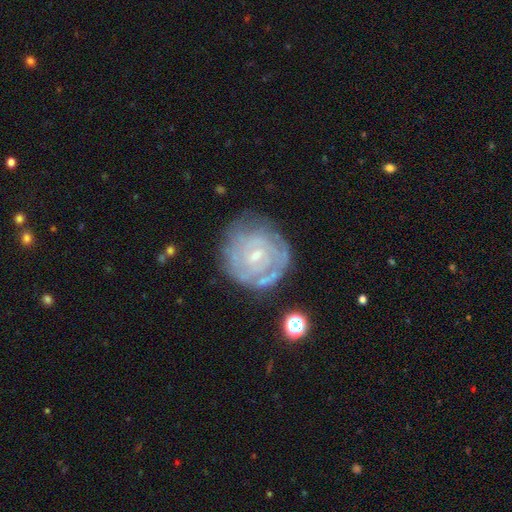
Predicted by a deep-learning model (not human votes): smooth_or_featured: featured or disk (p=0.76) [alt: smooth p=0.17]
disk_edge_on: no (p=0.97) [alt: yes p=0.03]
bar: no (p=0.51) [alt: weak p=0.41]
has_spiral_arms: yes (p=0.84) [alt: no p=0.16]
spiral_winding: tight (p=0.76) [alt: medium p=0.18]
spiral_arm_count: can't tell (p=0.53) [alt: 2 p=0.20]
bulge_size: small (p=0.69) [alt: moderate p=0.26]
merging: none (p=0.67) [alt: minor disturbance p=0.20]